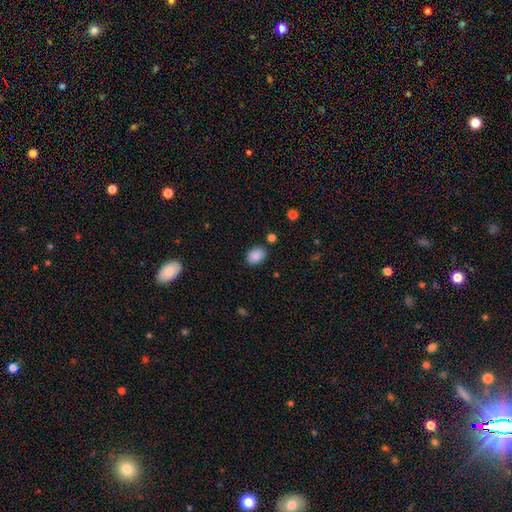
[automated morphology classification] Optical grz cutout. It shows a smooth galaxy with no disk features (88%) that is in between round and cigar-shaped (75%). Merging: none (85%).